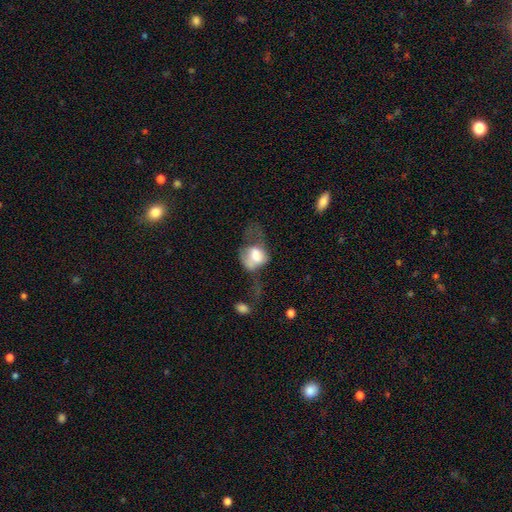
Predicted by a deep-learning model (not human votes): Morphology: type=smooth (59%); roundness=in between (64%); merging=major disturbance (53%).